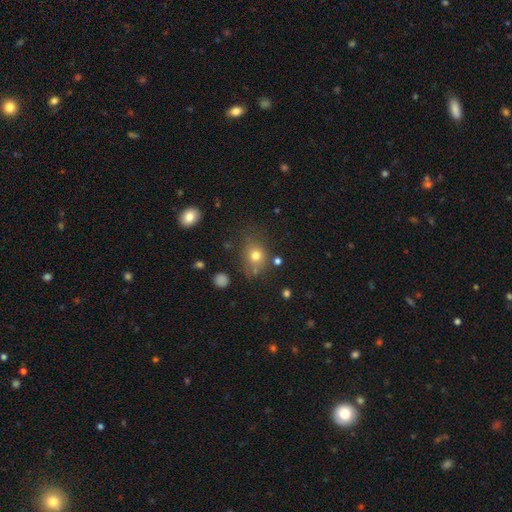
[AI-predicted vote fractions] smooth 74%, star or artifact 14%, featured or disk 12%. Down the decision tree: how rounded — round (60%); merging — none (66%).